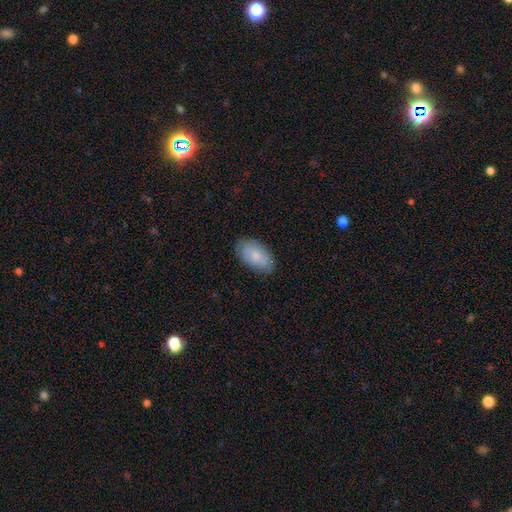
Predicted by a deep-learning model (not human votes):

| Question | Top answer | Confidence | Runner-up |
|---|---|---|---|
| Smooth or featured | smooth | 78% | featured or disk (16%) |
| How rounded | in between | 94% | round (4%) |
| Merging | none | 83% | minor disturbance (13%) |